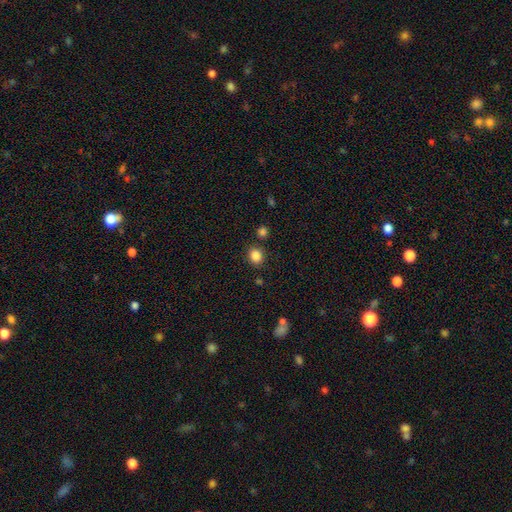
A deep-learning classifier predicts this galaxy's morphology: type=smooth (85%); roundness=round (73%); merging=none (83%).